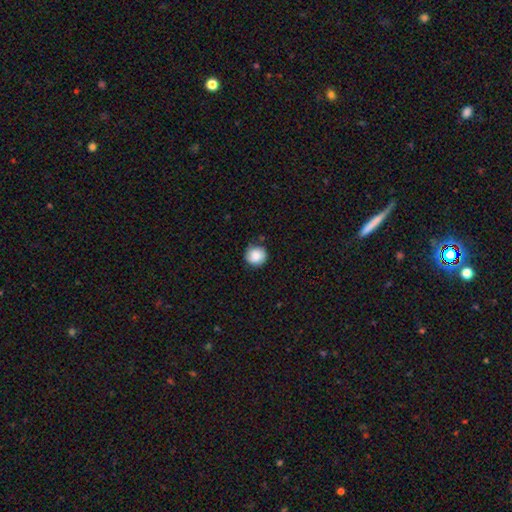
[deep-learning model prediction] Q: Smooth or featured?
A: smooth (78%); runner-up: featured or disk (14%)
Q: How rounded?
A: round (93%); runner-up: in between (6%)
Q: Merging?
A: none (81%); runner-up: minor disturbance (14%)